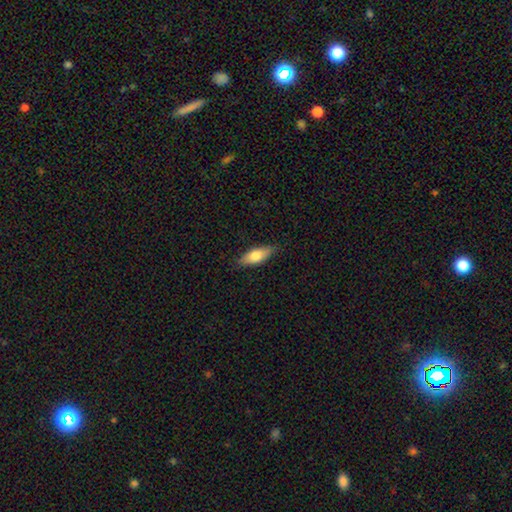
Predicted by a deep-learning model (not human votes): smooth_or_featured: smooth (p=0.70) [alt: featured or disk p=0.24]
how_rounded: in between (p=0.70) [alt: cigar-shaped p=0.28]
merging: none (p=0.84) [alt: minor disturbance p=0.12]